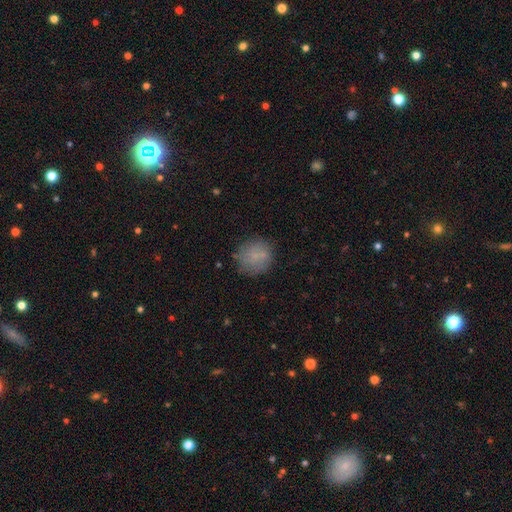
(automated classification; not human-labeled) Morphology: type=smooth (75%); roundness=round (88%); merging=none (76%).